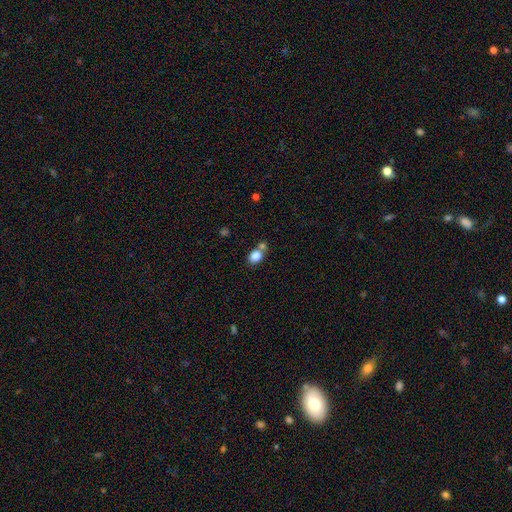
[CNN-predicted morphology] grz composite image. It shows a smooth galaxy with no disk features (83%) that is in between round and cigar-shaped (57%). Merging: none (53%).